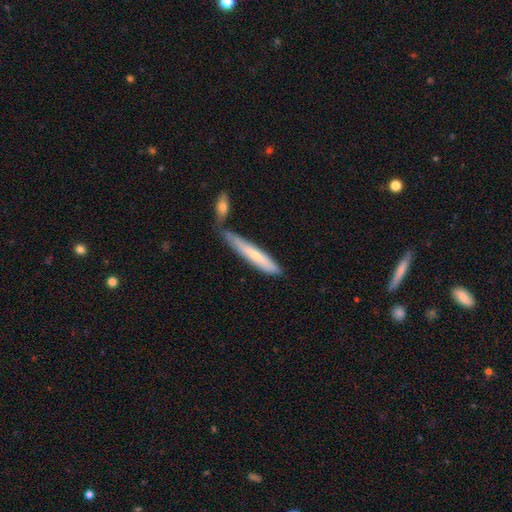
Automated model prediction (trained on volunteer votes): The model was most divided on "smooth or featured": smooth: 62%, featured or disk: 33%, star or artifact: 5%. More confident: how rounded — cigar-shaped (90%); merging — none (56%).